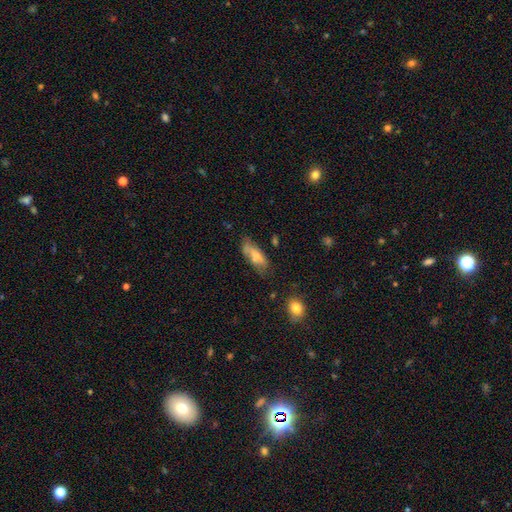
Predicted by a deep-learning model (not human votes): smooth_or_featured: smooth (p=0.66) [alt: featured or disk p=0.26]
how_rounded: in between (p=0.71) [alt: cigar-shaped p=0.26]
merging: none (p=0.50) [alt: minor disturbance p=0.28]